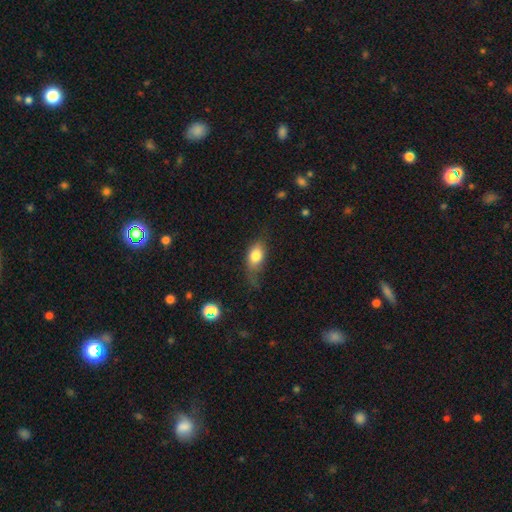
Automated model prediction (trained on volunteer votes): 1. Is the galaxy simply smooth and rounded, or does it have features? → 78% smooth, 14% featured or disk, 8% star or artifact.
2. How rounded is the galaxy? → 81% in between, 11% round, 7% cigar-shaped.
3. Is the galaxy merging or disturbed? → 49% none, 33% minor disturbance, 16% major disturbance, 2% merger.